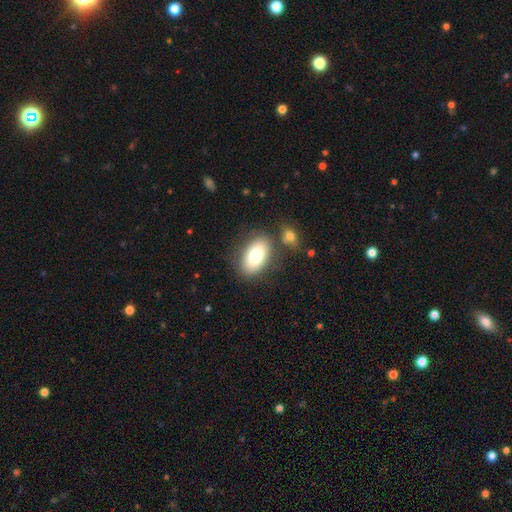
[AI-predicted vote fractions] Smooth or featured: smooth — 79% (featured or disk — 14%)
How rounded: in between — 92% (round — 6%)
Merging: none — 76% (minor disturbance — 12%)